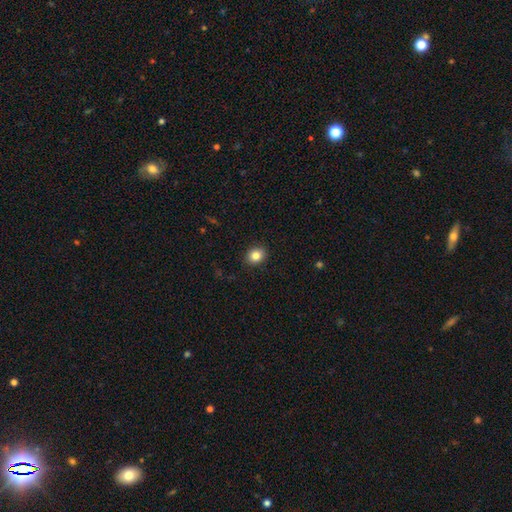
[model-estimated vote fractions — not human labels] Smooth or featured? Predicted: smooth (p=0.84). How rounded? Predicted: round (p=0.59). Merging? Predicted: none (p=0.91).